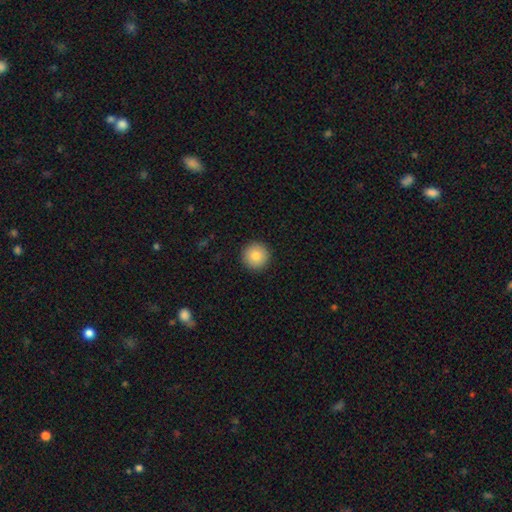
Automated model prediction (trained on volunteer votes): Smooth or featured? smooth (83%)
How rounded? round (97%)
Merging? none (93%)